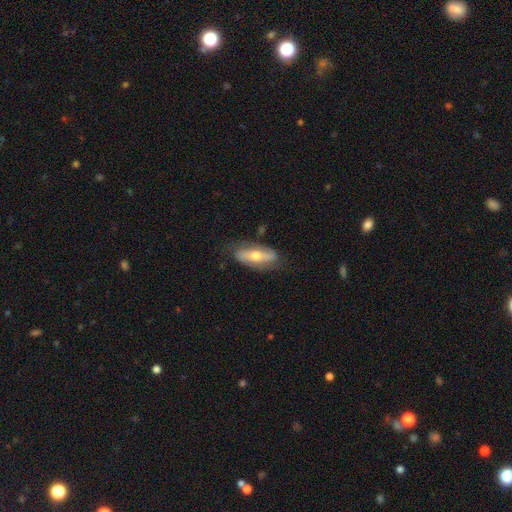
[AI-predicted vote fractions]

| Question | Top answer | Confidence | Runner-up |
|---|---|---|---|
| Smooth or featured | featured or disk | 57% | smooth (37%) |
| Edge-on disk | no | 73% | yes (27%) |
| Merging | none | 73% | minor disturbance (19%) |